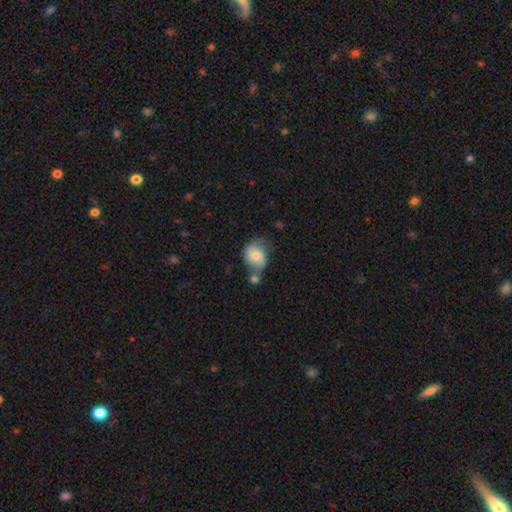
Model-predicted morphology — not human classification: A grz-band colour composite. It shows a smooth galaxy with no disk features (65%) that is round (50%). Merging: none (41%).